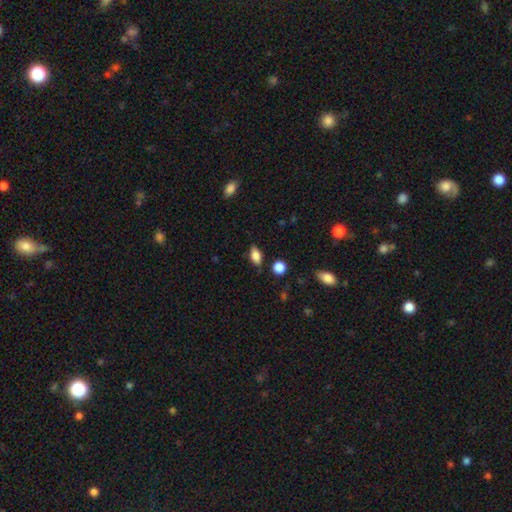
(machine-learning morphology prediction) The model was most divided on "merging": none: 77%, minor disturbance: 17%, major disturbance: 4%, merger: 3%. More confident: how rounded — in between (82%); smooth or featured — smooth (77%).